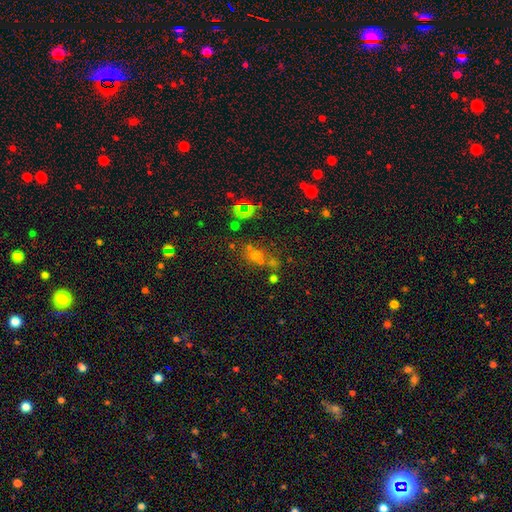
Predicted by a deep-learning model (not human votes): smooth_or_featured: smooth (p=0.43) [alt: star or artifact p=0.41]
merging: none (p=0.52) [alt: merger p=0.31]